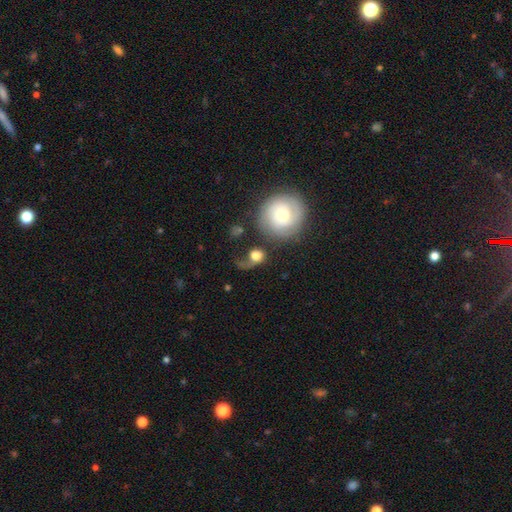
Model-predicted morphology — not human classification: Smooth or featured?
  - smooth: 60% *
  - featured or disk: 30%
  - star or artifact: 9%
How rounded?
  - round: 70% *
  - in between: 29%
  - cigar-shaped: 2%
Merging?
  - none: 35% *
  - major disturbance: 31%
  - minor disturbance: 20%
  - merger: 14%